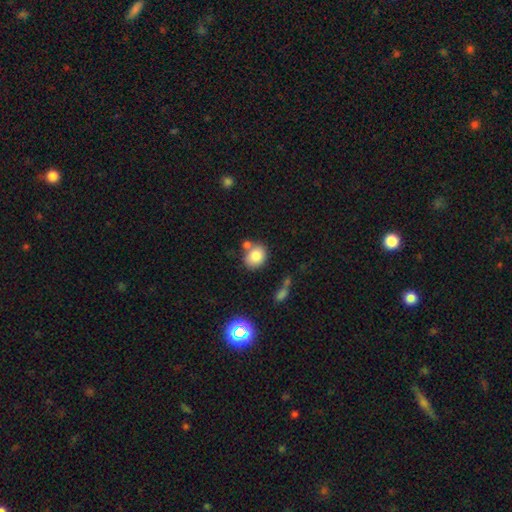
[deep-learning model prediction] smooth 81%, star or artifact 10%, featured or disk 9%. Down the decision tree: how rounded — round (61%); merging — none (61%).